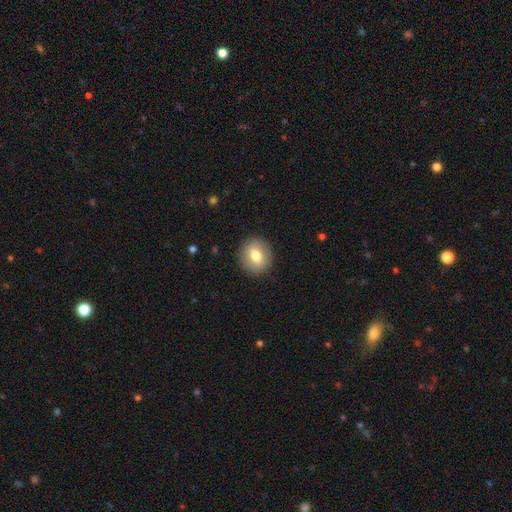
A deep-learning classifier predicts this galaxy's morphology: Smooth or featured? Predicted: smooth (p=0.71). How rounded? Predicted: round (p=0.81). Merging? Predicted: none (p=0.89).